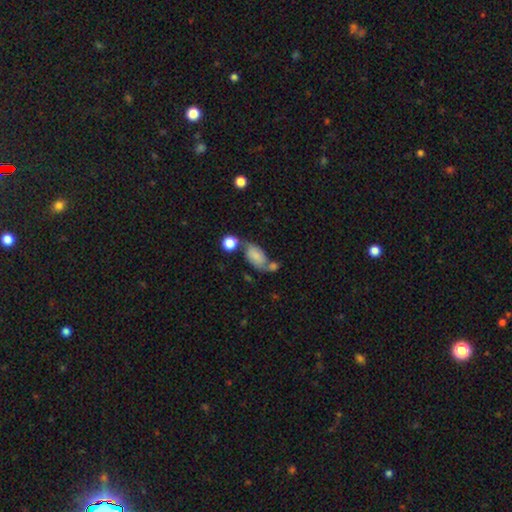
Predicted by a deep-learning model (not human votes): Overall: smooth (66%). How rounded: in between (89%). Merging: none (39%; merger 30%).